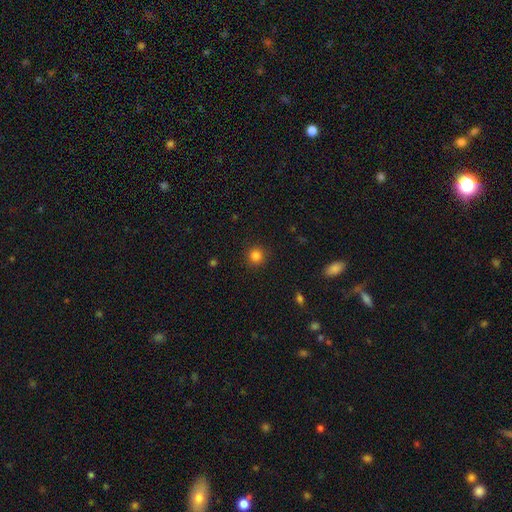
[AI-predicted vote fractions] smooth_or_featured: smooth (p=0.84) [alt: star or artifact p=0.12]
how_rounded: round (p=0.93) [alt: in between p=0.06]
merging: none (p=0.91) [alt: minor disturbance p=0.06]